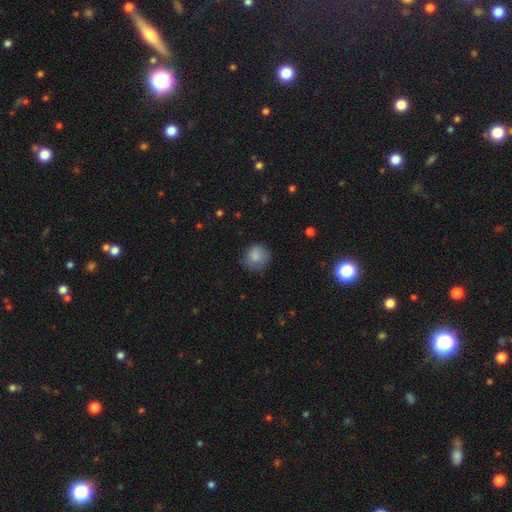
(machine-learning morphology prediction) smooth-or-featured: smooth: 84% | star or artifact: 9% | featured or disk: 8%
  how-rounded: round: 87% | in between: 12% | cigar-shaped: 1%
  merging: none: 74% | minor disturbance: 20% | major disturbance: 5% | merger: 1%